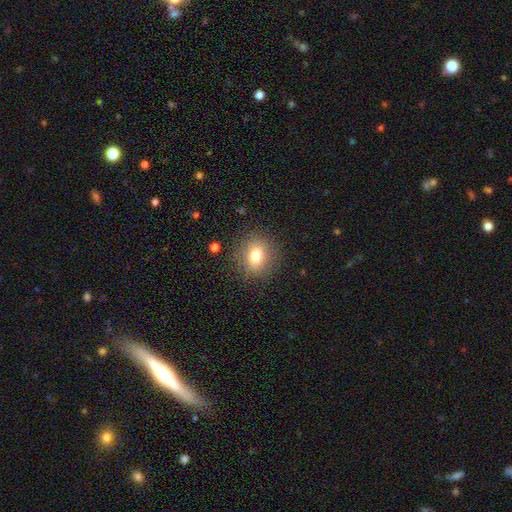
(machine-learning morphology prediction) Smooth or featured? smooth (76%)
How rounded? round (70%)
Merging? none (87%)